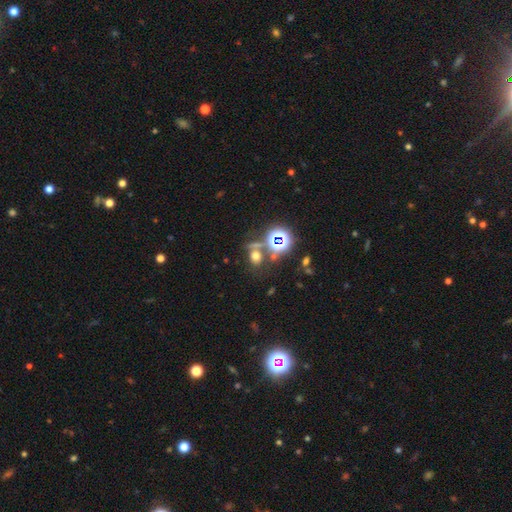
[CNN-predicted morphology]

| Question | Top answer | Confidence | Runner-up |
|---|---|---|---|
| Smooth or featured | smooth | 54% | star or artifact (35%) |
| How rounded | round | 63% | in between (35%) |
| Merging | none | 62% | merger (20%) |